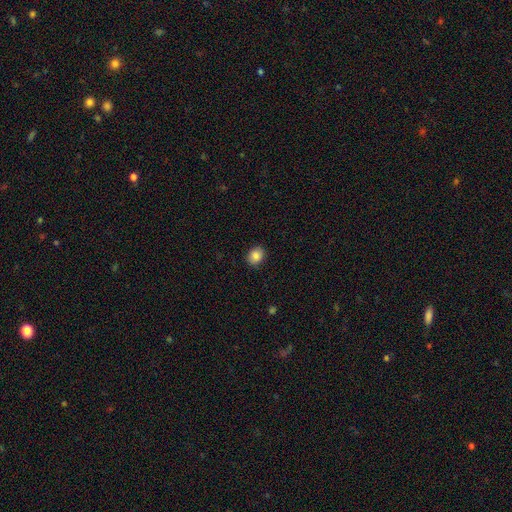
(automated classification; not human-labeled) Smooth or featured? Predicted: smooth (p=0.86). How rounded? Predicted: round (p=0.59). Merging? Predicted: none (p=0.89).